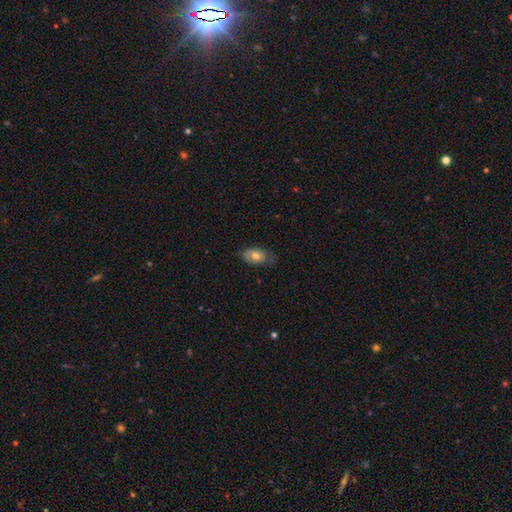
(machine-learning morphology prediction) smooth_or_featured: smooth (p=0.70) [alt: featured or disk p=0.23]
how_rounded: in between (p=0.89) [alt: round p=0.08]
merging: none (p=0.67) [alt: minor disturbance p=0.27]